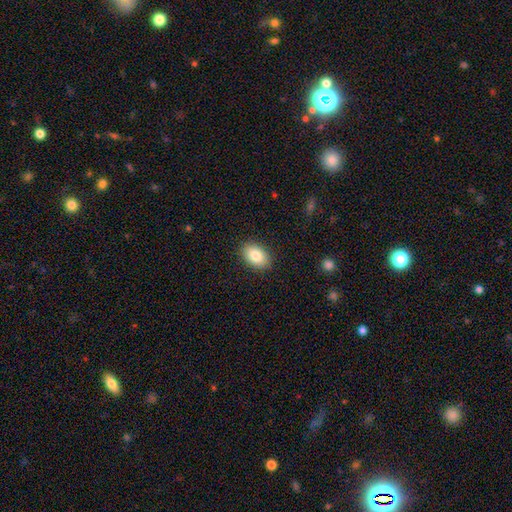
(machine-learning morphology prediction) smooth_or_featured: smooth (p=0.84) [alt: featured or disk p=0.09]
how_rounded: in between (p=0.88) [alt: round p=0.11]
merging: none (p=0.89) [alt: minor disturbance p=0.08]